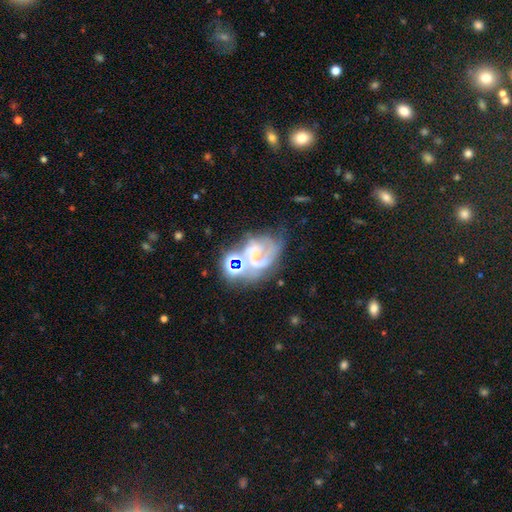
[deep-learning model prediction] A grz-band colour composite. It shows a featured or disk galaxy (61%) with no bar (63%), spiral arms (74%) and no central bulge (45%). Merging: none (39%).